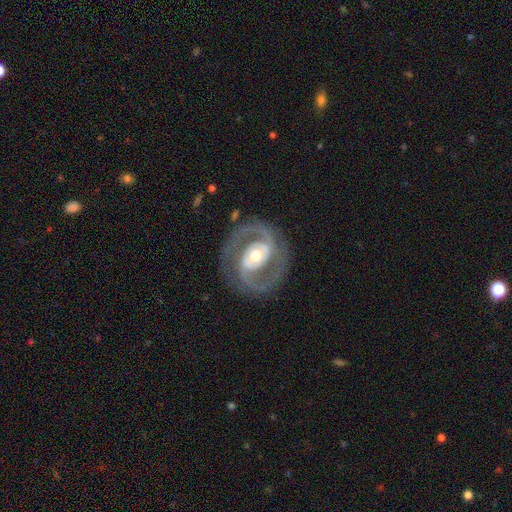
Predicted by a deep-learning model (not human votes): Smooth or featured? Predicted: featured or disk (p=0.90). Edge-on disk? Predicted: no (p=0.97). Bar? Predicted: no (p=0.41). Spiral arms? Predicted: yes (p=0.95). Spiral winding? Predicted: medium (p=0.52). Spiral arm count? Predicted: 2 (p=0.91). Bulge size? Predicted: moderate (p=0.70). Merging? Predicted: none (p=0.82).